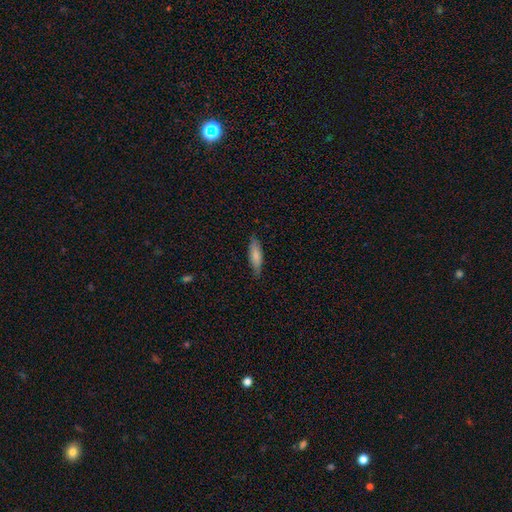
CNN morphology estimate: type=smooth (77%); roundness=cigar-shaped (54%); merging=none (79%).